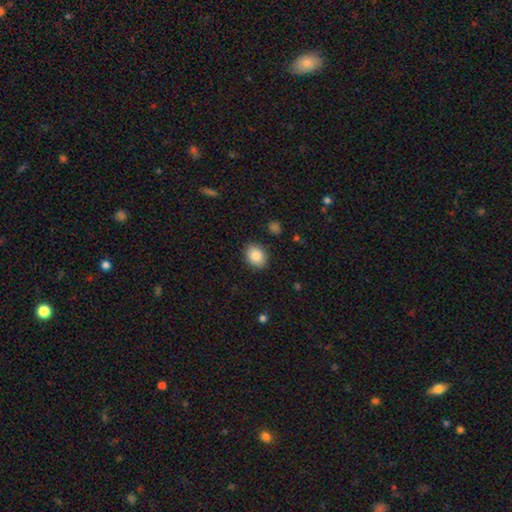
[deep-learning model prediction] smooth 87%, star or artifact 8%, featured or disk 6%. Down the decision tree: how rounded — in between (57%); merging — none (88%).